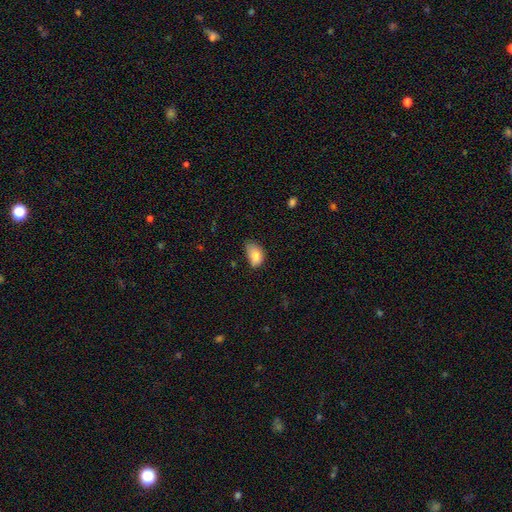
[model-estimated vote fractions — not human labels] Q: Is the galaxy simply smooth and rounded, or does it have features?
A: smooth — 79%.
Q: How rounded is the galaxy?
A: in between — 86%.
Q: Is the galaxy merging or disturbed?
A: minor disturbance — 47%.